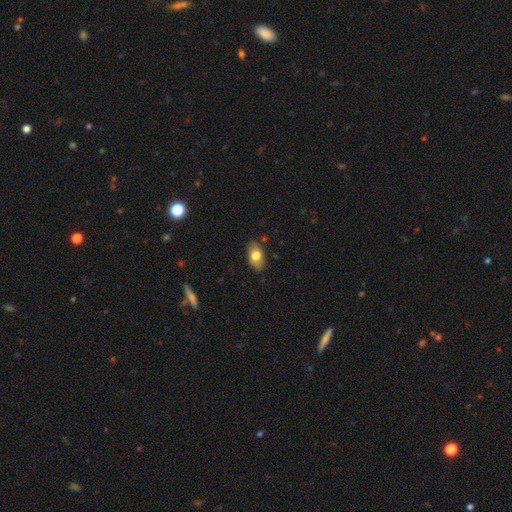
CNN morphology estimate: Smooth or featured: smooth — 75% (featured or disk — 18%)
How rounded: in between — 92% (round — 6%)
Merging: none — 82% (minor disturbance — 14%)